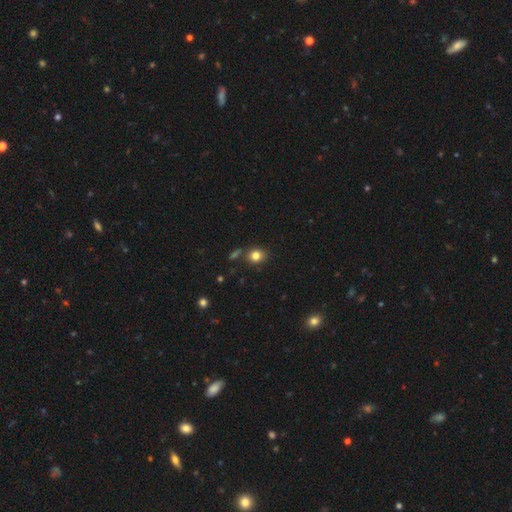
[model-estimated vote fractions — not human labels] This is clearly a smooth galaxy (81%). How rounded: likely round (70%). Merging: likely none (78%).